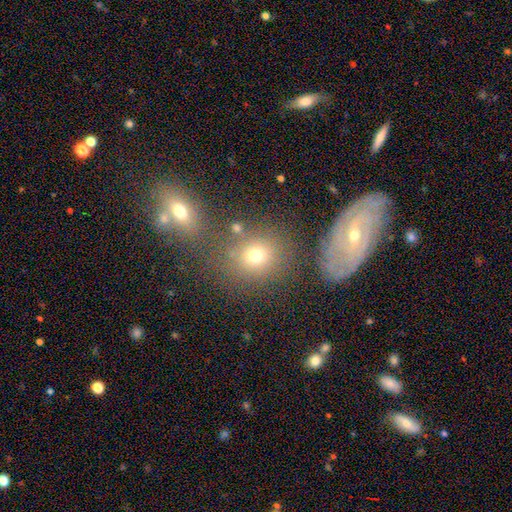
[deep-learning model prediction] Smooth or featured? Predicted: smooth (p=0.68). How rounded? Predicted: round (p=0.67). Merging? Predicted: none (p=0.65).